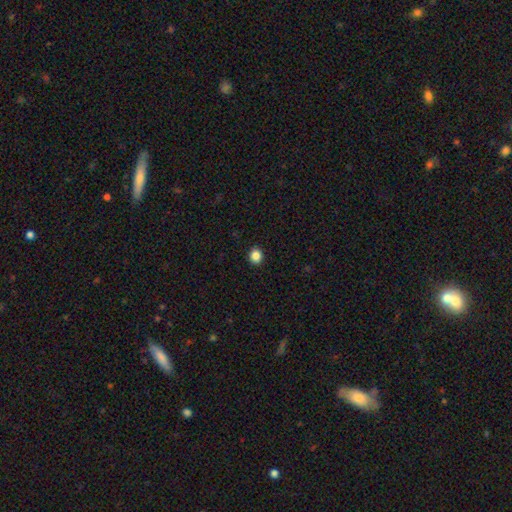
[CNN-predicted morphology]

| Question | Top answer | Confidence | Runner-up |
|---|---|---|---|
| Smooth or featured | smooth | 86% | star or artifact (11%) |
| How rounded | round | 79% | in between (20%) |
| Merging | none | 93% | minor disturbance (5%) |